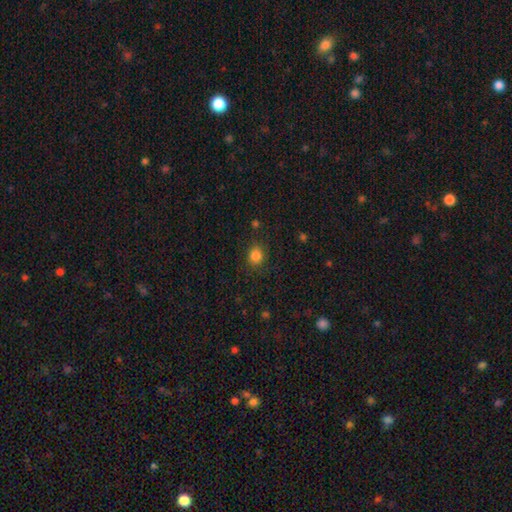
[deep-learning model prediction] smooth 84%, star or artifact 12%, featured or disk 4%. Down the decision tree: how rounded — round (80%); merging — none (84%).